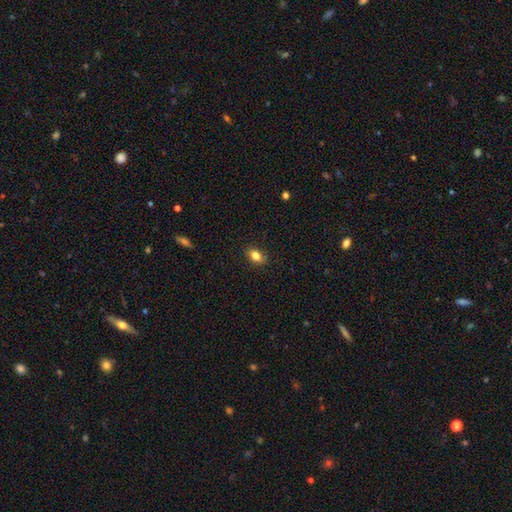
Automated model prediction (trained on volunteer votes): smooth_or_featured: smooth (p=0.82) [alt: star or artifact p=0.09]
how_rounded: in between (p=0.81) [alt: round p=0.17]
merging: none (p=0.85) [alt: minor disturbance p=0.12]